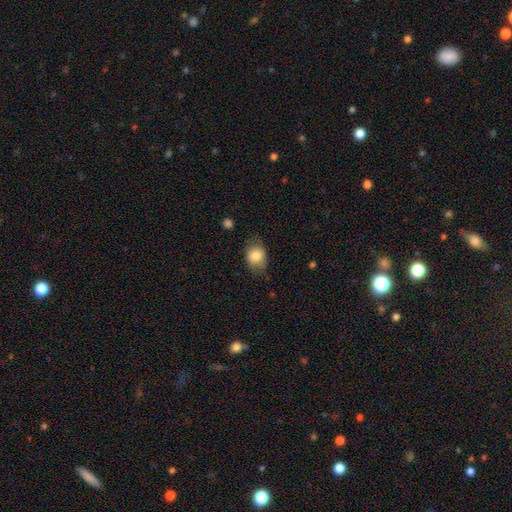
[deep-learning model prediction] Smooth or featured? Predicted: smooth (p=0.81). How rounded? Predicted: in between (p=0.61). Merging? Predicted: none (p=0.70).